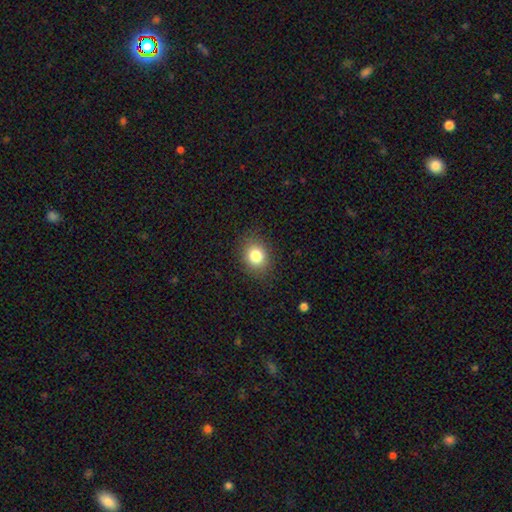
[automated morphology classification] Q: Smooth or featured?
A: smooth (82%); runner-up: star or artifact (11%)
Q: How rounded?
A: round (57%); runner-up: in between (42%)
Q: Merging?
A: none (87%); runner-up: minor disturbance (9%)